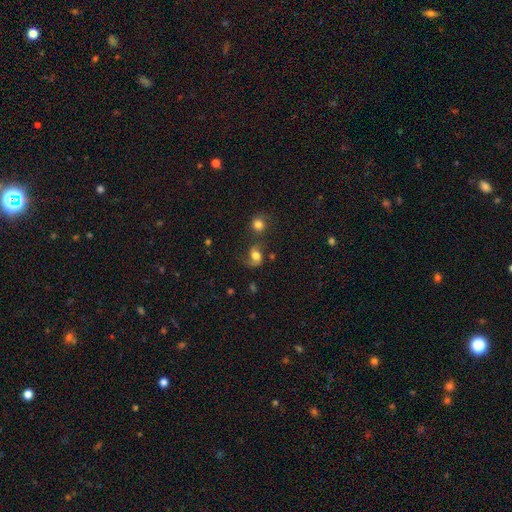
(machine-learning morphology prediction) Smooth or featured? Predicted: smooth (p=0.54). How rounded? Predicted: in between (p=0.54). Merging? Predicted: none (p=0.37).